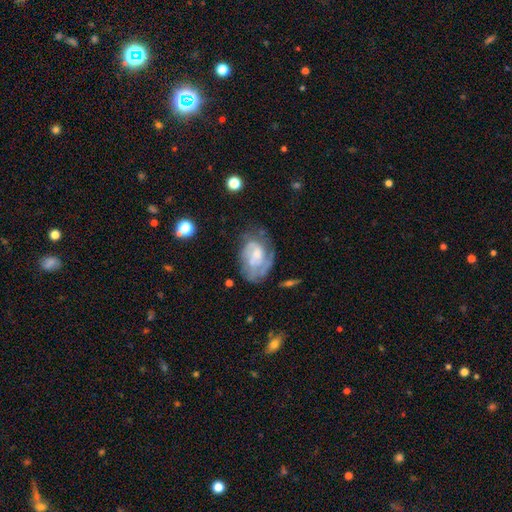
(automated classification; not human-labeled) smooth-or-featured: featured or disk: 64% | smooth: 28% | star or artifact: 8%
  disk-edge-on: no: 96% | yes: 4%
    bar: no: 64% | weak: 30% | strong: 6%
    has-spiral-arms: yes: 72% | no: 28%
    bulge-size: moderate: 35% | small: 33% | none: 19% | large: 11% | dominant: 2%
  merging: none: 50% | minor disturbance: 27% | major disturbance: 20% | merger: 4%